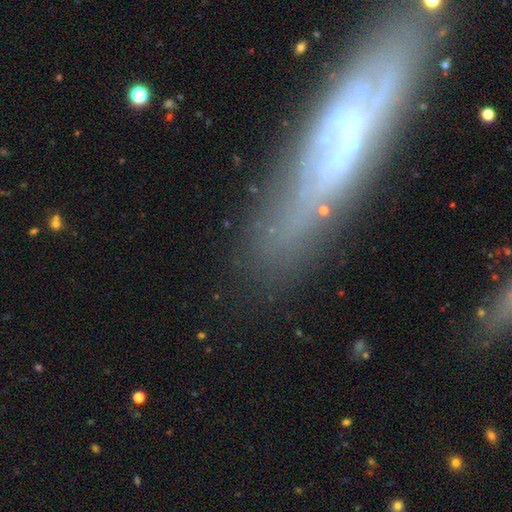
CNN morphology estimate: Overall: featured or disk (61%; smooth 25%). Edge-on disk: no (60%; yes 40%). Merging: none (66%).